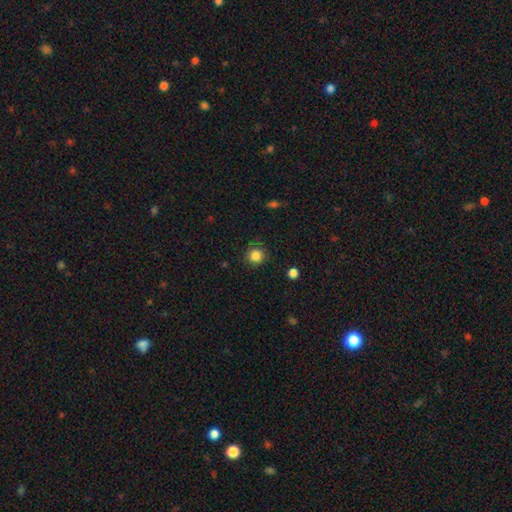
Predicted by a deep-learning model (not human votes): smooth_or_featured: smooth (p=0.84) [alt: star or artifact p=0.11]
how_rounded: round (p=0.93) [alt: in between p=0.06]
merging: none (p=0.84) [alt: minor disturbance p=0.11]